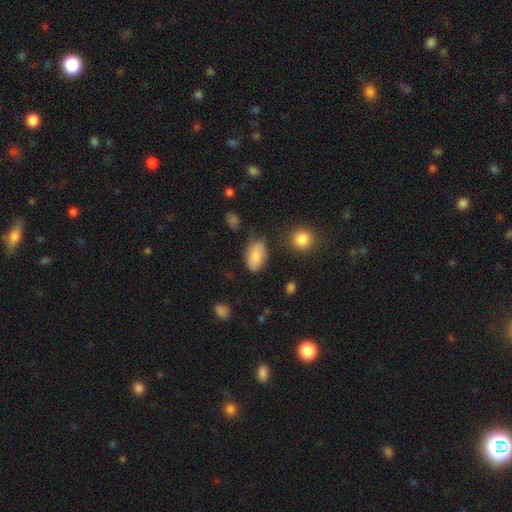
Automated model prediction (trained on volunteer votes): Smooth or featured? smooth (78%)
How rounded? in between (92%)
Merging? none (59%)